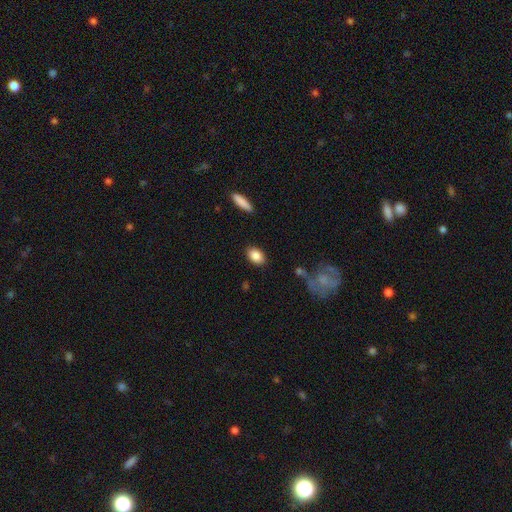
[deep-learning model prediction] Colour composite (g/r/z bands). It shows a smooth galaxy with no disk features (87%) that is in between round and cigar-shaped (83%). Merging: none (87%).